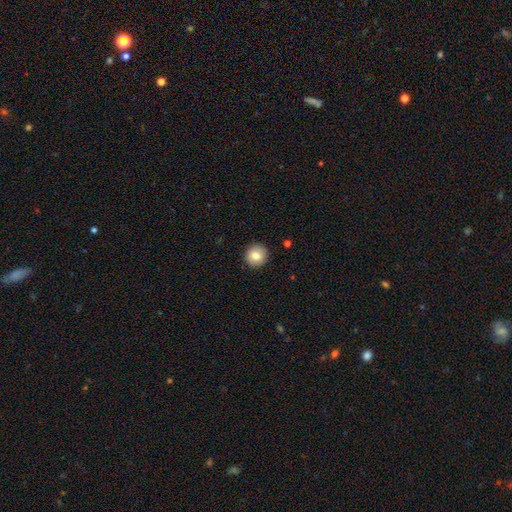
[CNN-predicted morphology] Smooth or featured? Predicted: smooth (p=0.82). How rounded? Predicted: round (p=0.93). Merging? Predicted: none (p=0.92).